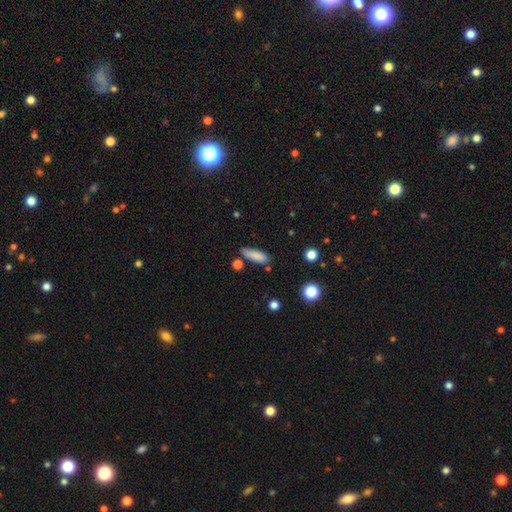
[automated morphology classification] Smooth or featured? smooth (85%)
How rounded? in between (57%)
Merging? none (72%)